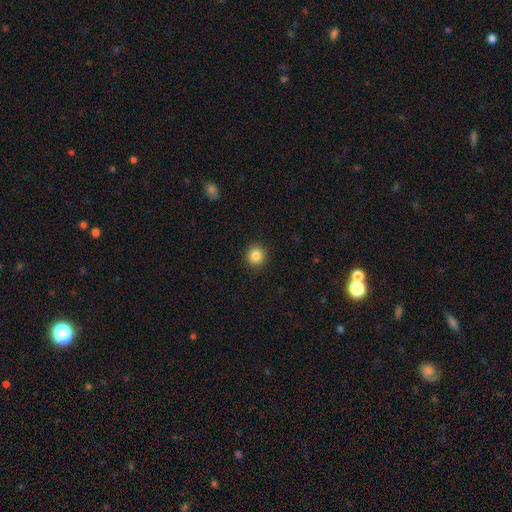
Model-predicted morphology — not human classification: This appears to be a smooth galaxy with no disk features (85%) that is round (93%). Merging: none (92%).